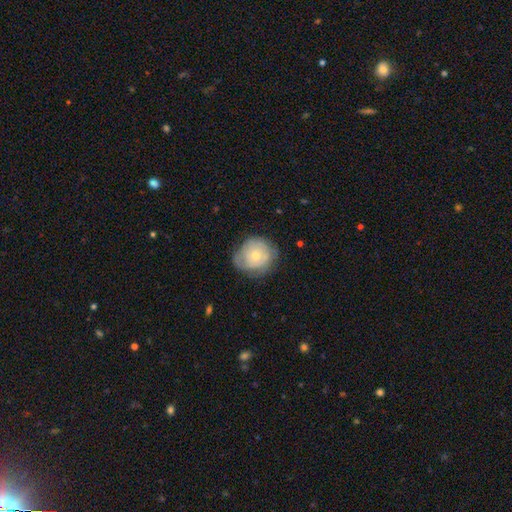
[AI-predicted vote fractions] This appears to be a featured or disk galaxy (47%). Merging: none (63%).